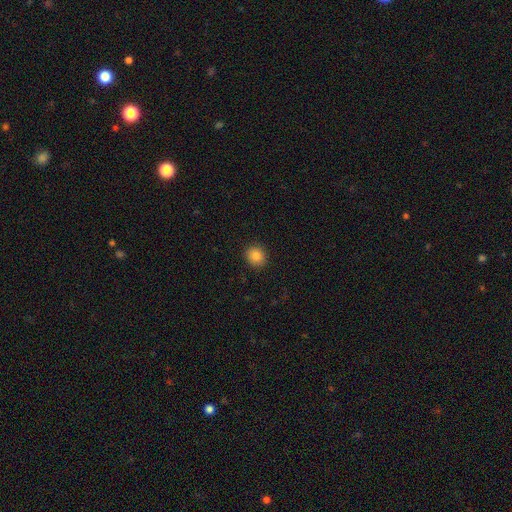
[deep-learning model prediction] smooth_or_featured: smooth (p=0.85) [alt: star or artifact p=0.10]
how_rounded: round (p=0.83) [alt: in between p=0.16]
merging: none (p=0.90) [alt: minor disturbance p=0.07]